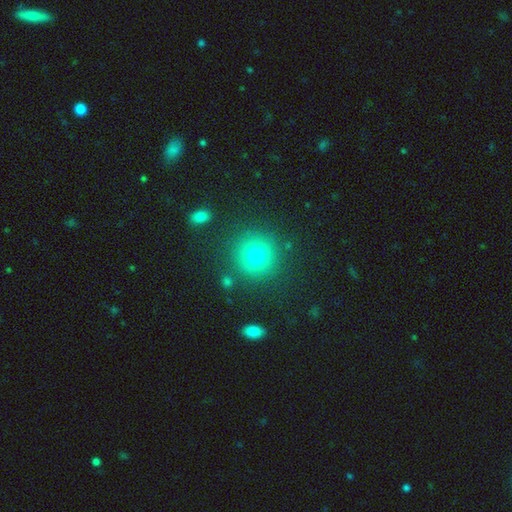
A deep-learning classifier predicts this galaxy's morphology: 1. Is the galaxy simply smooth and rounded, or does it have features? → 74% smooth, 16% star or artifact, 10% featured or disk.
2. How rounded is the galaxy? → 93% round, 6% in between, 1% cigar-shaped.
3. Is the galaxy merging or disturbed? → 86% none, 7% minor disturbance, 3% major disturbance, 3% merger.